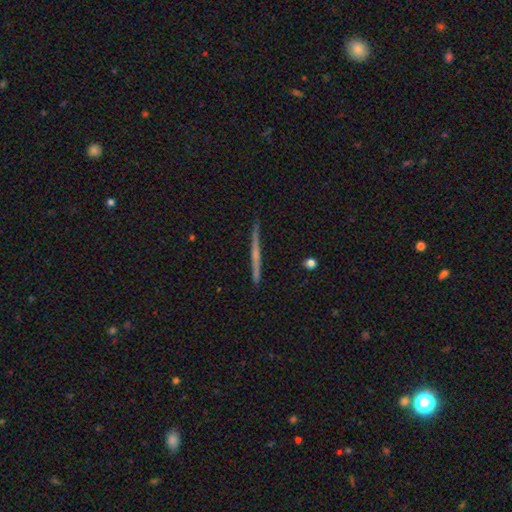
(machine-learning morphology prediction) Q: Smooth or featured?
A: featured or disk (65%); runner-up: smooth (28%)
Q: Edge-on disk?
A: yes (98%); runner-up: no (2%)
Q: Edge-on bulge?
A: none (61%); runner-up: rounded (32%)
Q: Merging?
A: none (91%); runner-up: minor disturbance (7%)